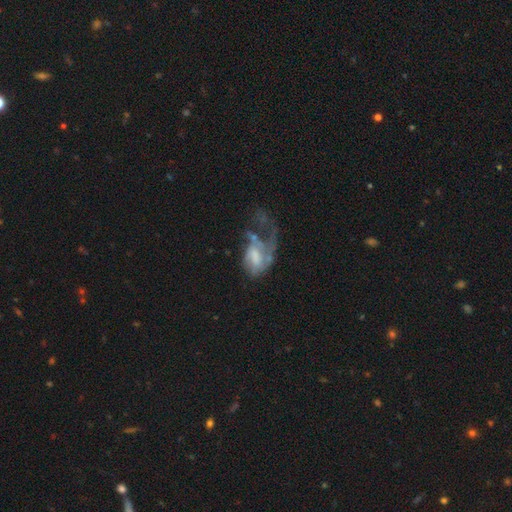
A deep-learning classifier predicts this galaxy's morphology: Smooth or featured? featured or disk (63%)
Edge-on disk? no (97%)
Bar? no (55%)
Spiral arms? yes (64%)
Bulge size? moderate (31%)
Merging? major disturbance (59%)